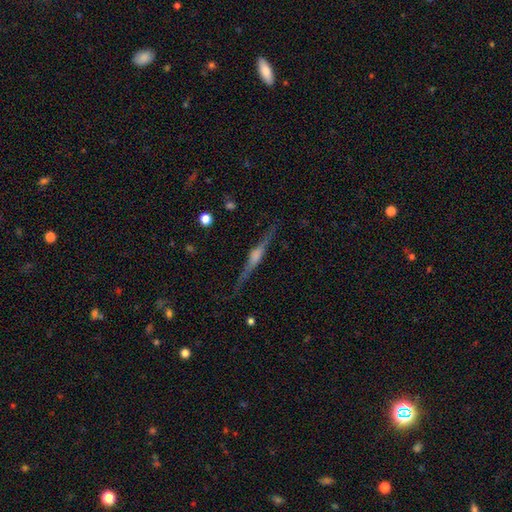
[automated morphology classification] Overall: featured or disk (82%). Edge-on disk: yes (98%). Edge-on bulge: rounded (75%). Merging: none (87%).